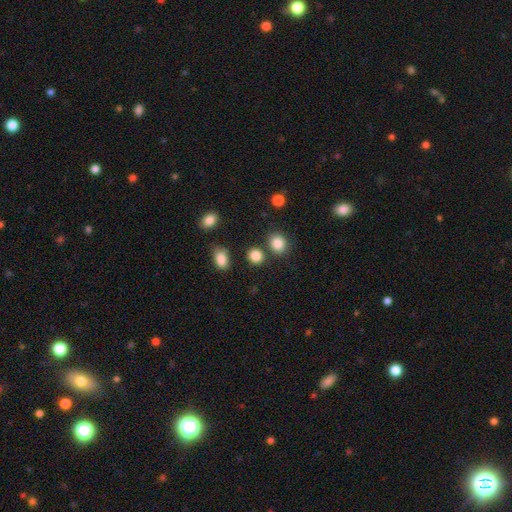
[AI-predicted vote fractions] A smooth galaxy with no disk features (85%) that is round (77%). Merging: none (78%).